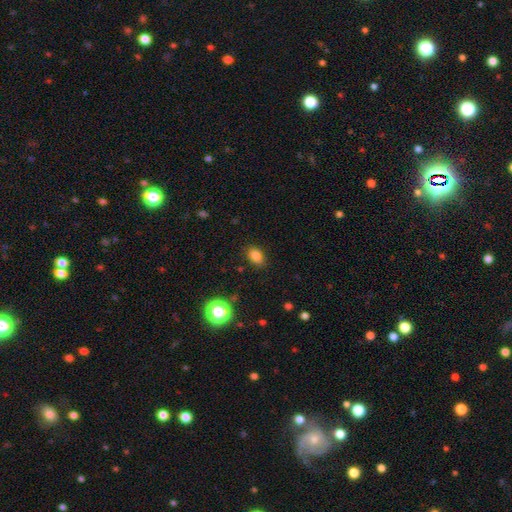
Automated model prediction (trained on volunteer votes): Morphology: type=smooth (82%); roundness=in between (76%); merging=none (85%).